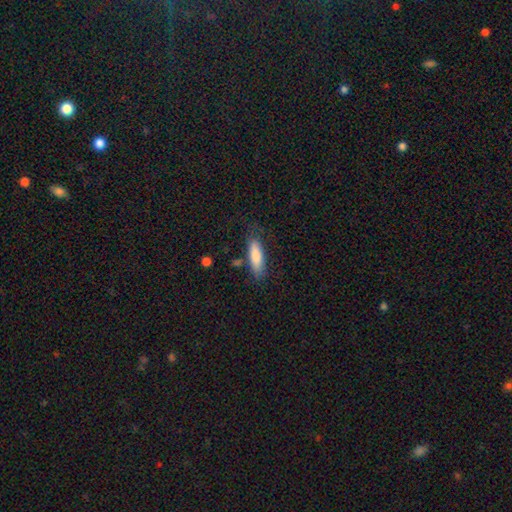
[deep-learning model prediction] Smooth or featured? smooth (79%)
How rounded? cigar-shaped (54%)
Merging? none (72%)